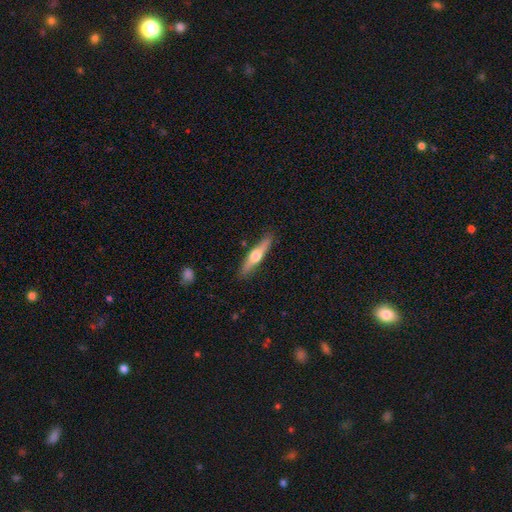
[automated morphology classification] A featured or disk galaxy (51%) viewed edge-on (92%). Merging: none (87%).